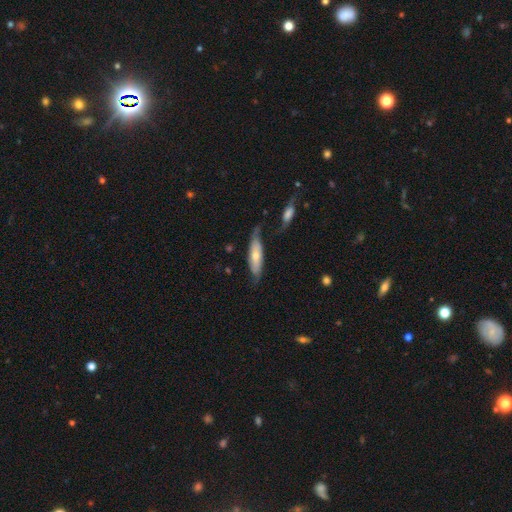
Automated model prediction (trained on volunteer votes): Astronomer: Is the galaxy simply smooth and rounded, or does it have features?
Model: smooth — 49% (runner-up: featured or disk, 46%).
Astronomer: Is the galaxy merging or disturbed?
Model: none — 55%.